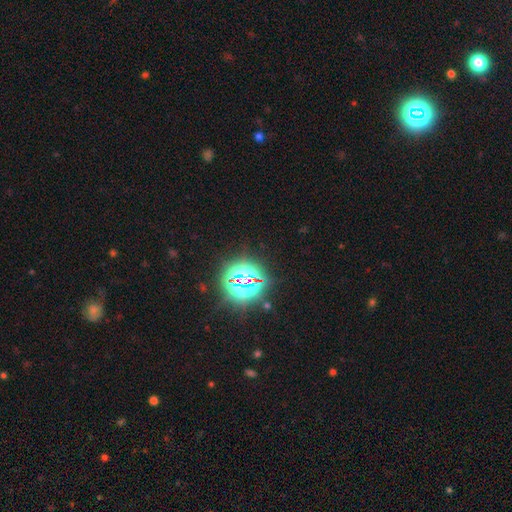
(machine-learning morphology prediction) type=star or artifact (80%).